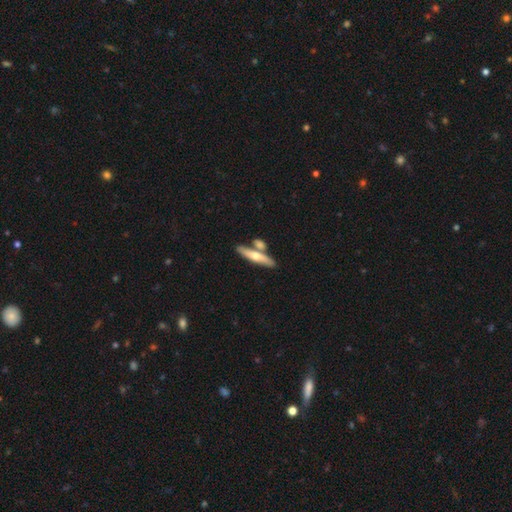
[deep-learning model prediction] smooth-or-featured: smooth: 49% | featured or disk: 46% | star or artifact: 5%
  merging: none: 62% | merger: 25% | minor disturbance: 10% | major disturbance: 3%